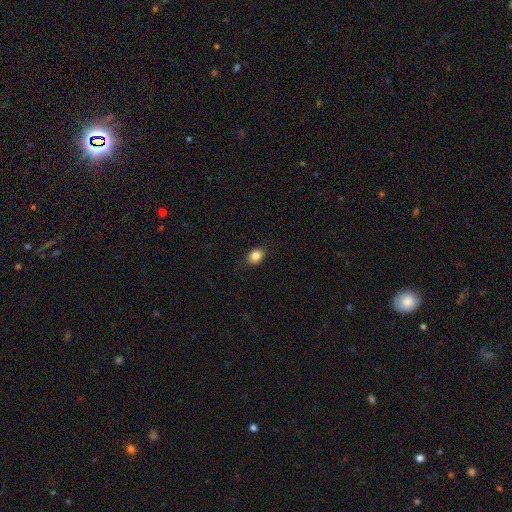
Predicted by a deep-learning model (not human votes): Smooth or featured? smooth (85%)
How rounded? in between (63%)
Merging? none (84%)